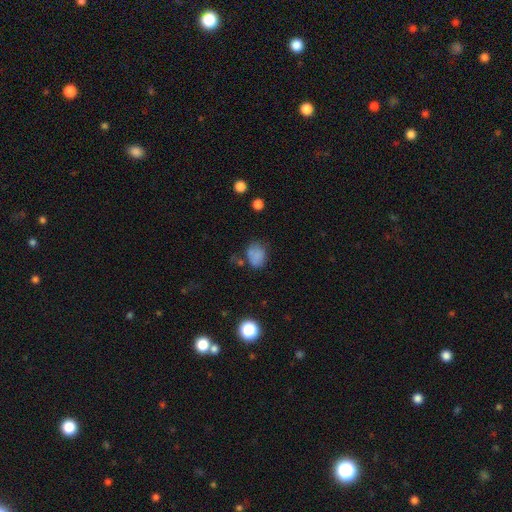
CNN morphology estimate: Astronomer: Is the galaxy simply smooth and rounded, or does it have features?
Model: smooth — 77%.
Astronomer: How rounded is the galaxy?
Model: in between — 62% (runner-up: round, 37%).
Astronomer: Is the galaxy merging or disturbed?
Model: none — 58%.